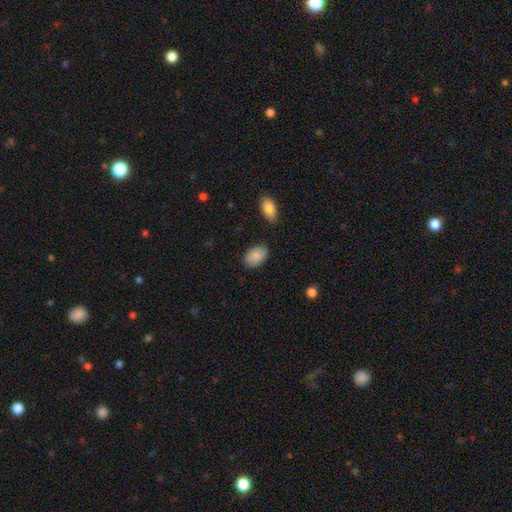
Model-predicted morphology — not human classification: Smooth or featured?
  - smooth: 86% *
  - featured or disk: 8%
  - star or artifact: 6%
How rounded?
  - in between: 89% *
  - round: 10%
  - cigar-shaped: 1%
Merging?
  - none: 78% *
  - minor disturbance: 16%
  - major disturbance: 3%
  - merger: 2%